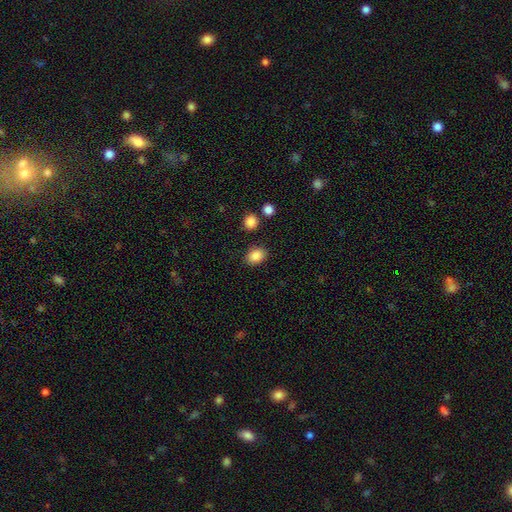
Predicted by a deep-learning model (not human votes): smooth 87%, star or artifact 9%, featured or disk 4%. Down the decision tree: how rounded — in between (67%); merging — none (85%).